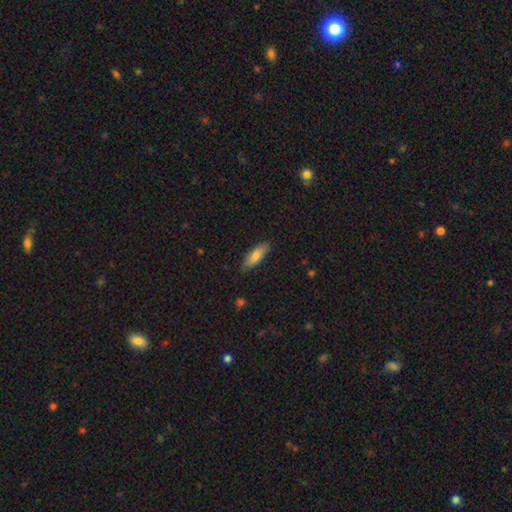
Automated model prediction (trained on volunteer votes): Overall: smooth (77%). How rounded: in between (55%; cigar-shaped 43%). Merging: none (85%).